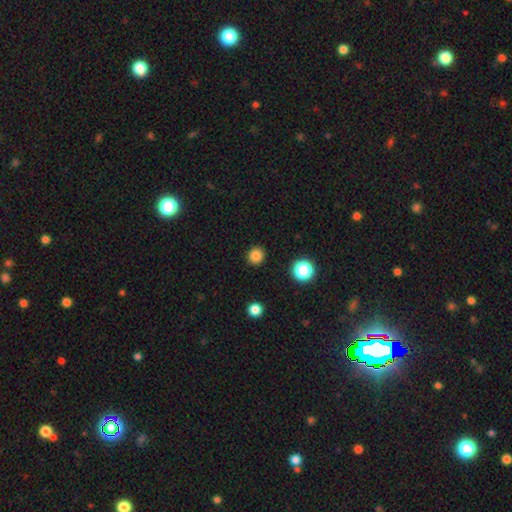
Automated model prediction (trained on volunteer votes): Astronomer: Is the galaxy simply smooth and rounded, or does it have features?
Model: smooth — 83%.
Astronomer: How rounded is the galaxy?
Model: round — 91%.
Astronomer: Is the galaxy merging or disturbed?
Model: none — 92%.